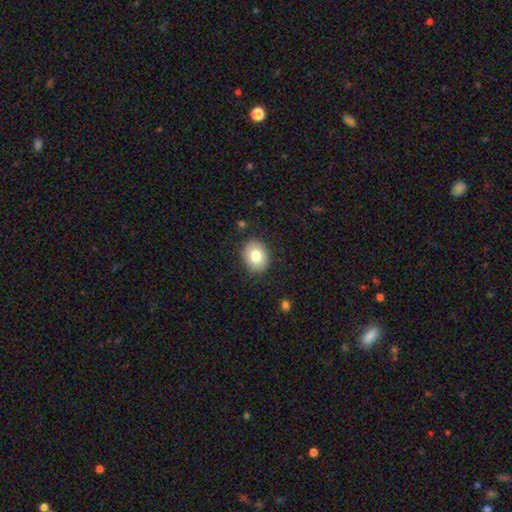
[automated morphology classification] smooth 79%, featured or disk 13%, star or artifact 8%. Down the decision tree: how rounded — in between (58%); merging — none (87%).